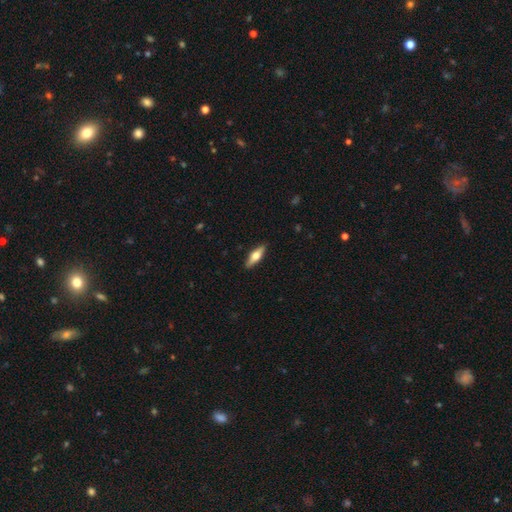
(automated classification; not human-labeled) Smooth or featured?
  - smooth: 51% *
  - featured or disk: 43%
  - star or artifact: 6%
How rounded?
  - cigar-shaped: 51% *
  - in between: 46%
  - round: 3%
Merging?
  - none: 89% *
  - minor disturbance: 8%
  - major disturbance: 2%
  - merger: 1%